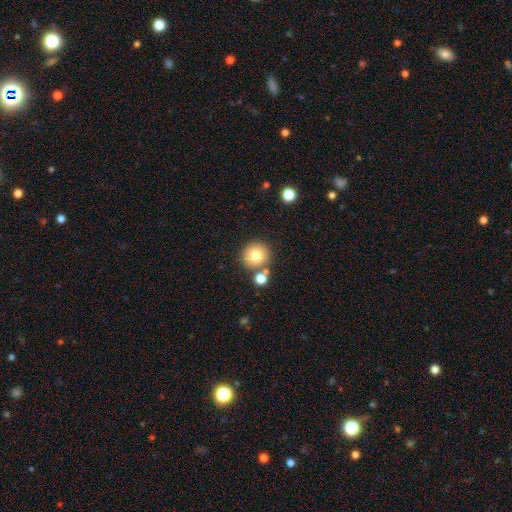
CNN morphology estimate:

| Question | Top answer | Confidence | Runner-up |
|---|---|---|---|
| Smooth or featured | smooth | 77% | star or artifact (12%) |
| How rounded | round | 91% | in between (8%) |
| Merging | none | 77% | merger (13%) |